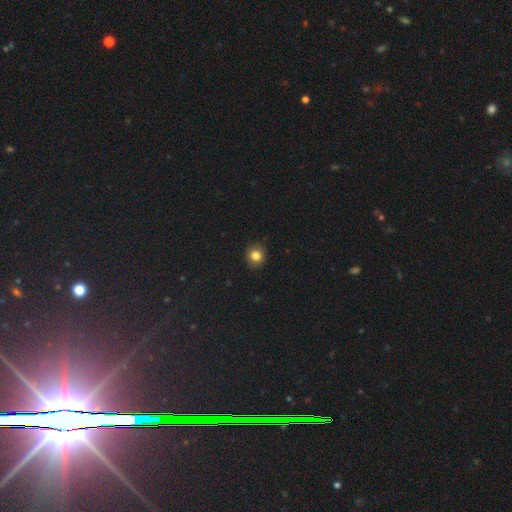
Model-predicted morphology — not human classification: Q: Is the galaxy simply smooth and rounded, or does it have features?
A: smooth — 83%.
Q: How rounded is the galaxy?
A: round — 83%.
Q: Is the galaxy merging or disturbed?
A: none — 89%.